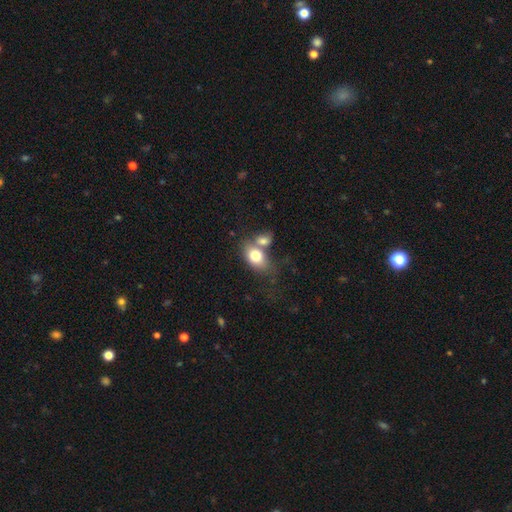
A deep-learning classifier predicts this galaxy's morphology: Smooth or featured: smooth — 76% (featured or disk — 16%)
How rounded: in between — 79% (round — 19%)
Merging: merger — 48% (none — 33%)